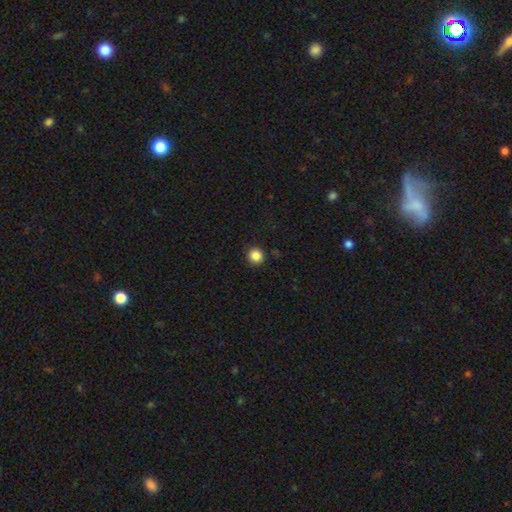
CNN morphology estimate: Q: Smooth or featured?
A: smooth (86%); runner-up: star or artifact (11%)
Q: How rounded?
A: round (94%); runner-up: in between (5%)
Q: Merging?
A: none (92%); runner-up: minor disturbance (5%)